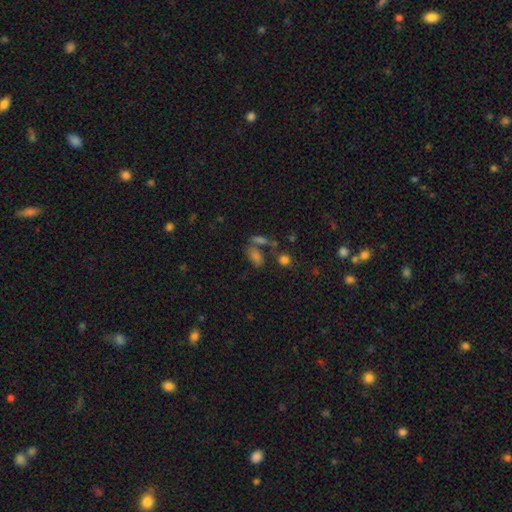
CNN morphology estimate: Overall: smooth (58%; star or artifact 28%). How rounded: in between (75%). Merging: none (50%; merger 27%).